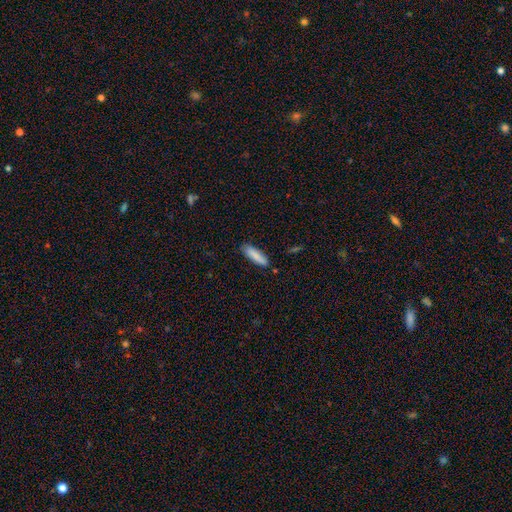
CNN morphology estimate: Overall: smooth (85%). How rounded: cigar-shaped (58%; in between 40%). Merging: none (81%).